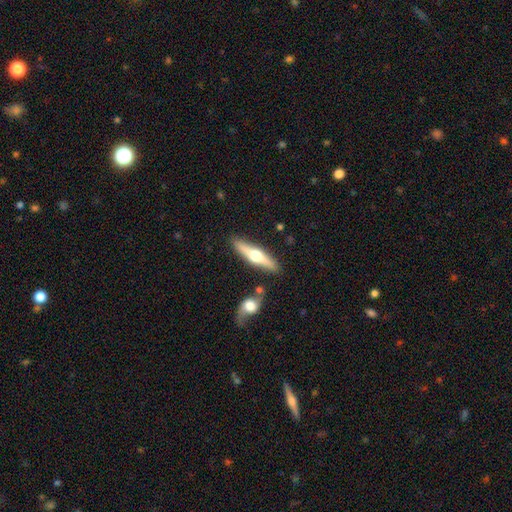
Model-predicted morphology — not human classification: Smooth or featured: featured or disk — 63% (smooth — 32%)
Edge-on disk: yes — 95% (no — 5%)
Edge-on bulge: rounded — 95% (boxy — 3%)
Merging: none — 84% (minor disturbance — 9%)